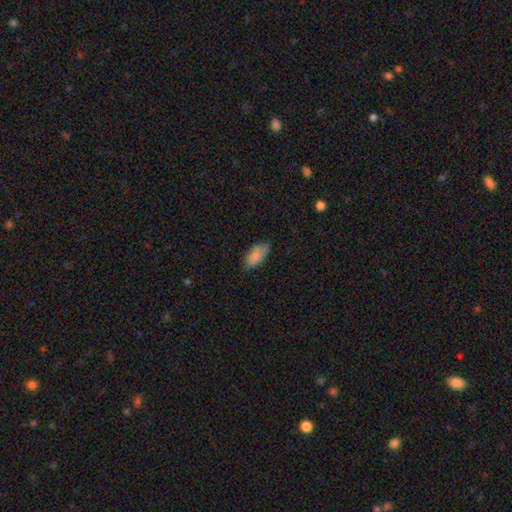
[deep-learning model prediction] A smooth galaxy with no disk features (84%) that is in between round and cigar-shaped (91%). Merging: none (67%).